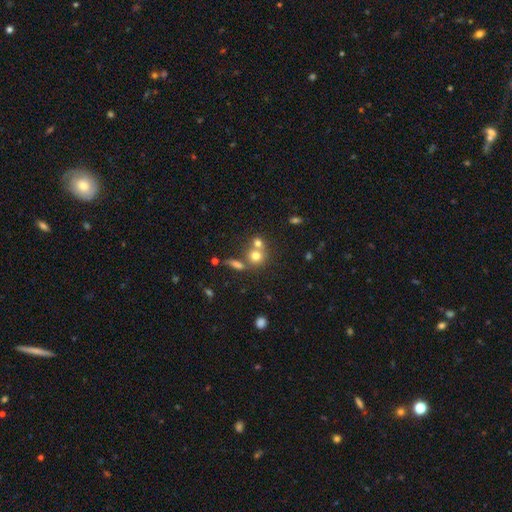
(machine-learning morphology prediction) Smooth or featured? smooth (71%)
How rounded? round (81%)
Merging? none (44%)